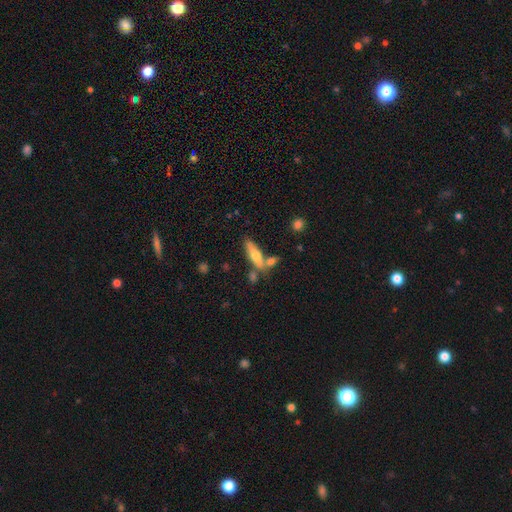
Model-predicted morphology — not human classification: smooth 61%, featured or disk 32%, star or artifact 7%. Down the decision tree: how rounded — cigar-shaped (57%); merging — none (56%).